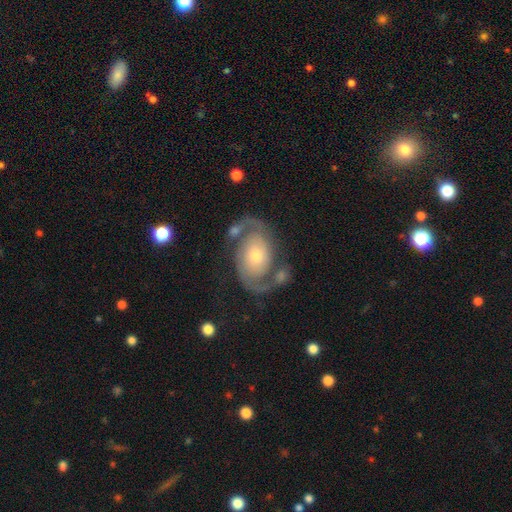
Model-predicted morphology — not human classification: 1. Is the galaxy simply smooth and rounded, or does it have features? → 88% featured or disk, 6% smooth, 5% star or artifact.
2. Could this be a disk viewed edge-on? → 98% no, 2% yes.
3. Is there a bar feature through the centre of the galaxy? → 73% no, 19% weak, 8% strong.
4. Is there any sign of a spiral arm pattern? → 97% yes, 3% no.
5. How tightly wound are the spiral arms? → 47% medium, 32% tight, 21% loose.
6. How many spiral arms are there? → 93% 2, 2% can't tell, 1% 1, 1% 3, 1% 4, 1% more than 4.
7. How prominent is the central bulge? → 55% small, 37% moderate, 5% large, 2% none, 2% dominant.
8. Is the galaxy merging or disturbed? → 70% none, 14% minor disturbance, 9% major disturbance, 7% merger.